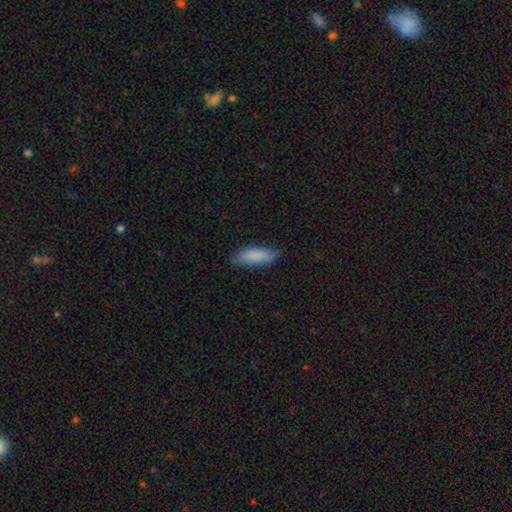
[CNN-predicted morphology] smooth_or_featured: smooth (p=0.87) [alt: featured or disk p=0.07]
how_rounded: in between (p=0.66) [alt: cigar-shaped p=0.33]
merging: none (p=0.80) [alt: minor disturbance p=0.16]